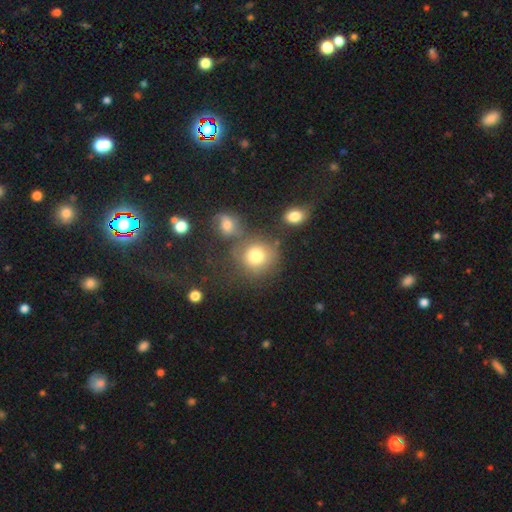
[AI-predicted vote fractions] Smooth or featured?
  - smooth: 77% *
  - star or artifact: 12%
  - featured or disk: 11%
How rounded?
  - round: 83% *
  - in between: 16%
  - cigar-shaped: 1%
Merging?
  - none: 59% *
  - merger: 23%
  - minor disturbance: 12%
  - major disturbance: 6%